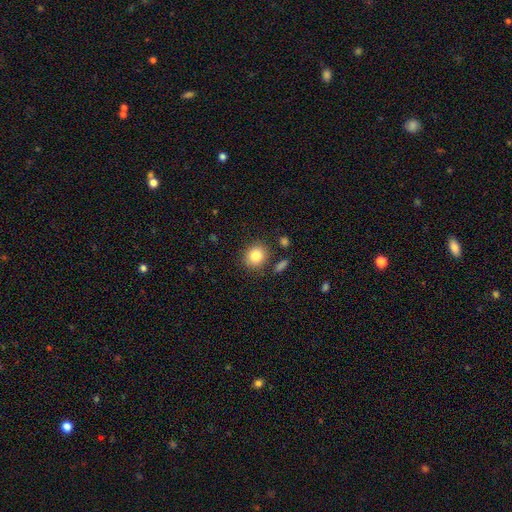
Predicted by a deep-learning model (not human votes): A smooth galaxy with no disk features (84%) that is round (72%). Merging: none (83%).